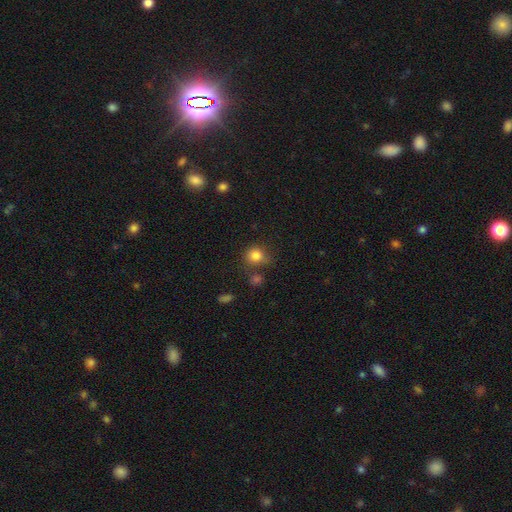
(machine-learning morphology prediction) smooth 83%, star or artifact 12%, featured or disk 6%. Down the decision tree: how rounded — round (77%); merging — none (64%).